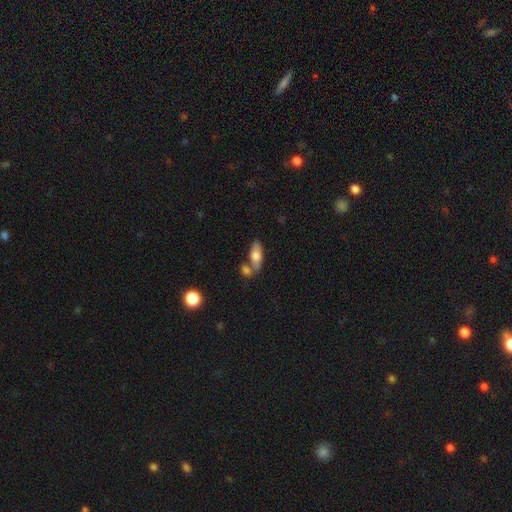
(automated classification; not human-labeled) Smooth or featured: smooth — 68% (featured or disk — 26%)
How rounded: in between — 77% (cigar-shaped — 20%)
Merging: none — 53% (merger — 31%)